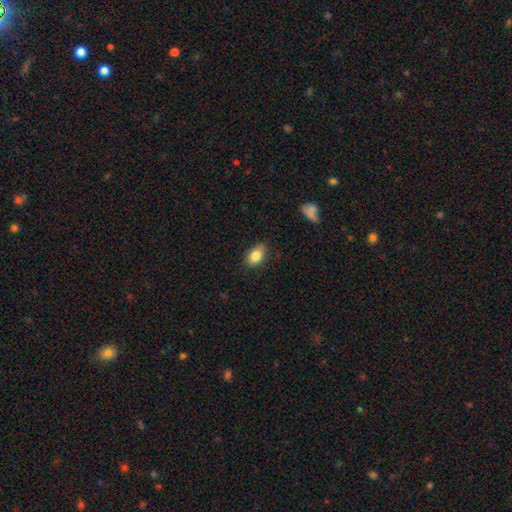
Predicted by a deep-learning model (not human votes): This is clearly a smooth galaxy (85%). How rounded: clearly in between (85%). Merging: clearly none (85%).